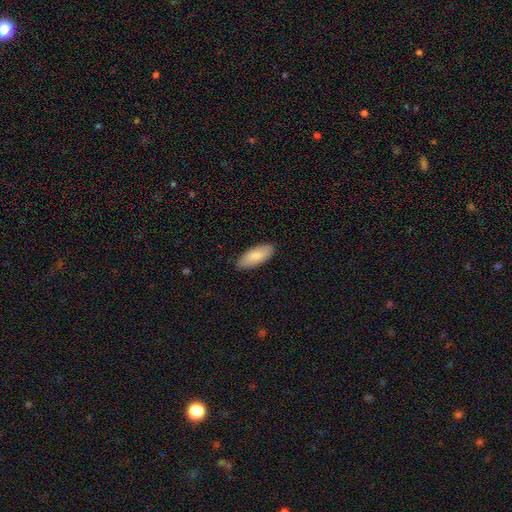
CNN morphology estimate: This is clearly a smooth galaxy (85%). How rounded: clearly in between (82%). Merging: clearly none (87%).